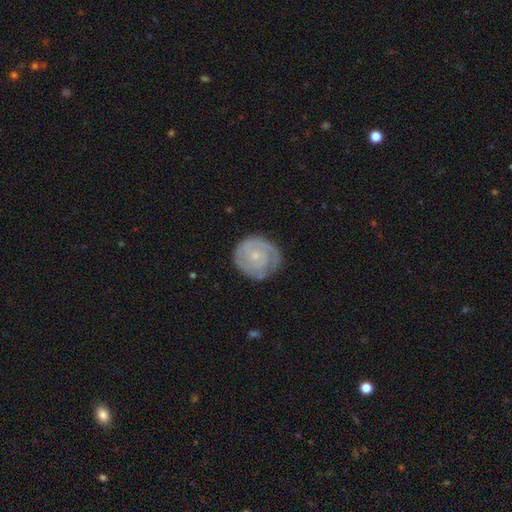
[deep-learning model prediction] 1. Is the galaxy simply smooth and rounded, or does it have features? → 71% featured or disk, 24% smooth, 6% star or artifact.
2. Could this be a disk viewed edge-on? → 98% no, 2% yes.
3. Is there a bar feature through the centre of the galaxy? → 76% no, 21% weak, 3% strong.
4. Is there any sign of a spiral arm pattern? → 90% yes, 10% no.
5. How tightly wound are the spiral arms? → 71% tight, 22% medium, 7% loose.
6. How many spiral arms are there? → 41% 2, 27% can't tell, 14% 1, 12% 3, 3% 4, 3% more than 4.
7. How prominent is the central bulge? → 73% small, 19% moderate, 6% none, 1% large, 1% dominant.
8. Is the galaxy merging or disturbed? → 76% none, 17% minor disturbance, 6% major disturbance, 1% merger.